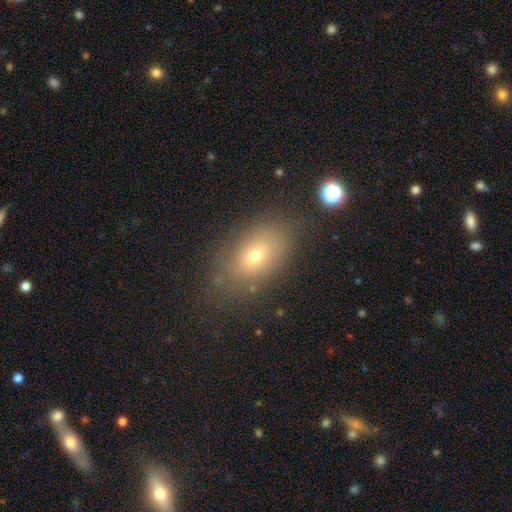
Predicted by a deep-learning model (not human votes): A smooth galaxy with no disk features (68%) that is in between round and cigar-shaped (82%). Merging: none (76%).